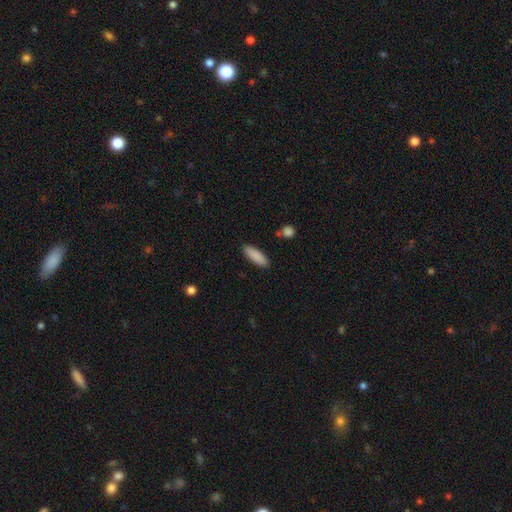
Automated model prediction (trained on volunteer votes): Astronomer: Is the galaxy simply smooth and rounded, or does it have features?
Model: smooth — 88%.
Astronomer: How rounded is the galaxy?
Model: in between — 55% (runner-up: cigar-shaped, 44%).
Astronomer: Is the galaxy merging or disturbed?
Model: none — 88%.